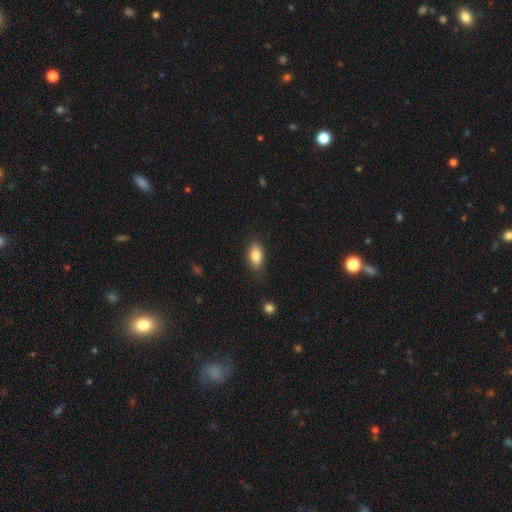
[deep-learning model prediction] Q: Smooth or featured?
A: smooth (85%); runner-up: star or artifact (8%)
Q: How rounded?
A: in between (89%); runner-up: round (7%)
Q: Merging?
A: none (83%); runner-up: minor disturbance (12%)